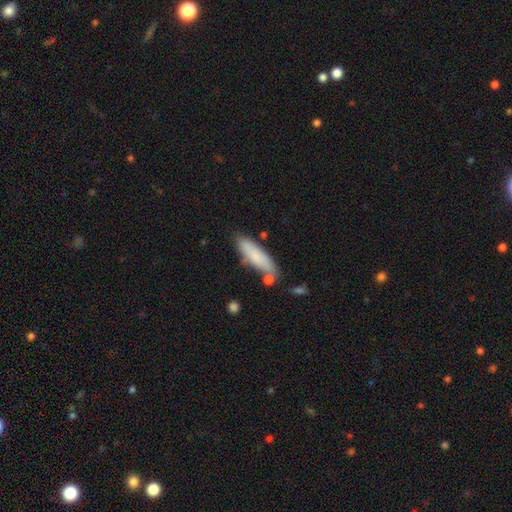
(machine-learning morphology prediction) Smooth or featured? smooth (79%)
How rounded? cigar-shaped (60%)
Merging? none (72%)